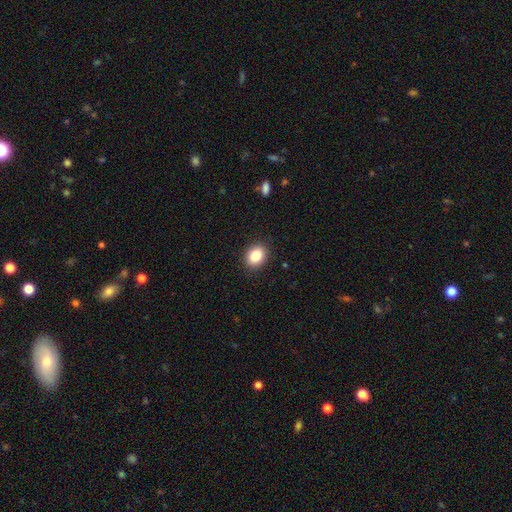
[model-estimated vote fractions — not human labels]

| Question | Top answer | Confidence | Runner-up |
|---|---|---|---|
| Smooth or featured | smooth | 85% | star or artifact (9%) |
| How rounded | in between | 54% | round (45%) |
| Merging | none | 90% | minor disturbance (7%) |